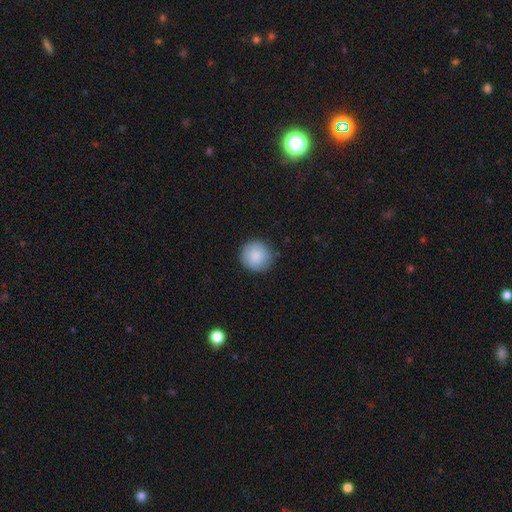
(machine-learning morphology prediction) Smooth or featured: smooth — 88% (star or artifact — 7%)
How rounded: round — 95% (in between — 4%)
Merging: none — 87% (minor disturbance — 9%)